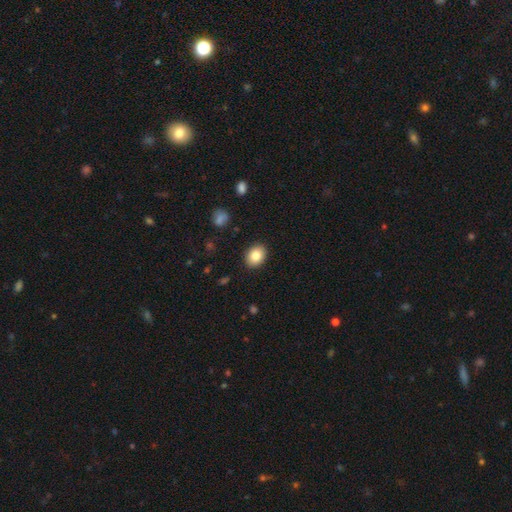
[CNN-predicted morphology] Smooth or featured?
  - smooth: 83% *
  - featured or disk: 9%
  - star or artifact: 8%
How rounded?
  - in between: 58% *
  - round: 41%
  - cigar-shaped: 1%
Merging?
  - none: 90% *
  - minor disturbance: 7%
  - major disturbance: 2%
  - merger: 1%